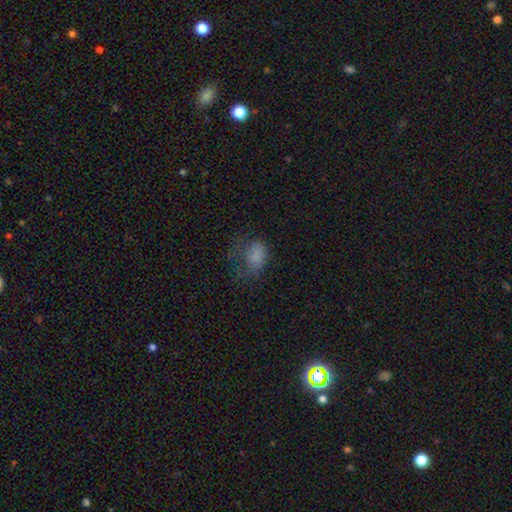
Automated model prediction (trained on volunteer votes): Morphology: type=smooth (72%); roundness=in between (77%); merging=major disturbance (44%).